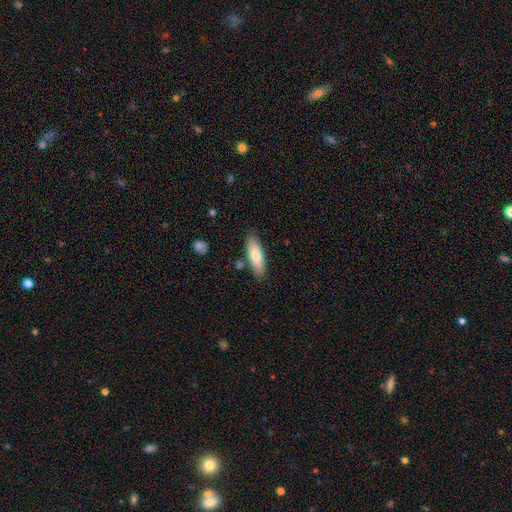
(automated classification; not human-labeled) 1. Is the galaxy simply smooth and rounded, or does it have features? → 75% smooth, 19% featured or disk, 6% star or artifact.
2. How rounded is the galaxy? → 54% in between, 44% cigar-shaped, 2% round.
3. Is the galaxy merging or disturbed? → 83% none, 11% minor disturbance, 4% merger, 2% major disturbance.